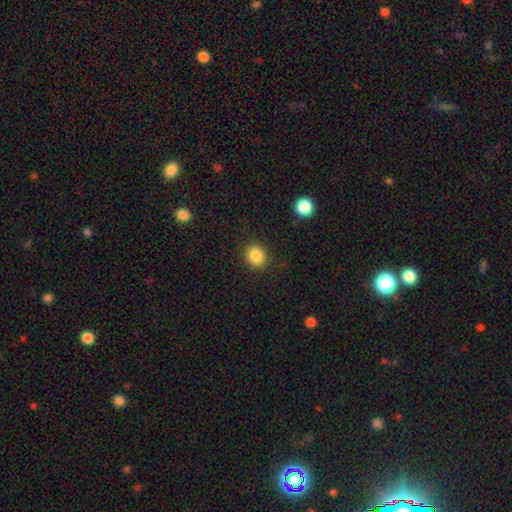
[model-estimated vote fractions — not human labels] The model was most divided on "how rounded": round: 76%, in between: 23%, cigar-shaped: 1%. More confident: merging — none (89%); smooth or featured — smooth (86%).